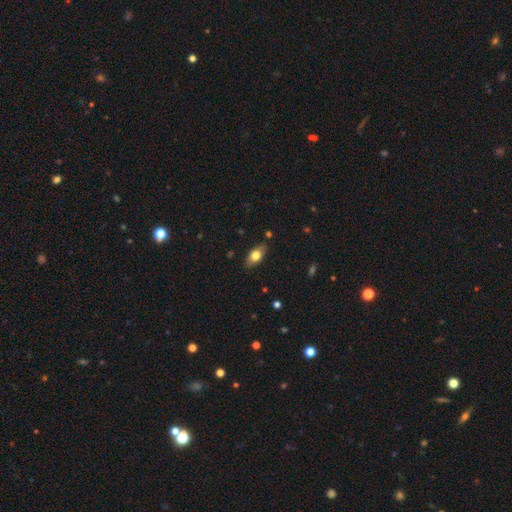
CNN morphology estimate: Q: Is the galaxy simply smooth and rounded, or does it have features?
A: smooth — 71%.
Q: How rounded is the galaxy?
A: in between — 85%.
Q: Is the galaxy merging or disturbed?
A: none — 82%.